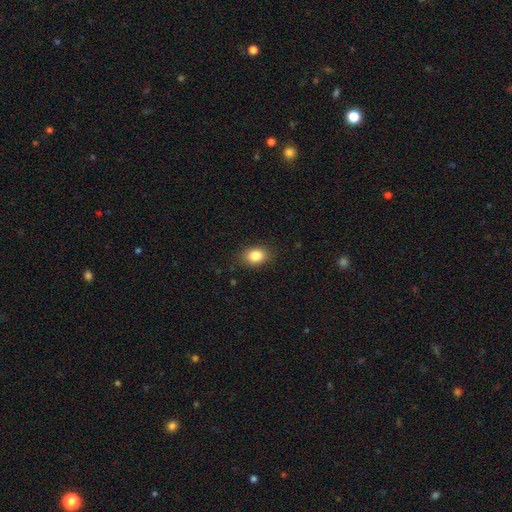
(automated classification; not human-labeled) Morphology: type=smooth (84%); roundness=in between (70%); merging=none (85%).